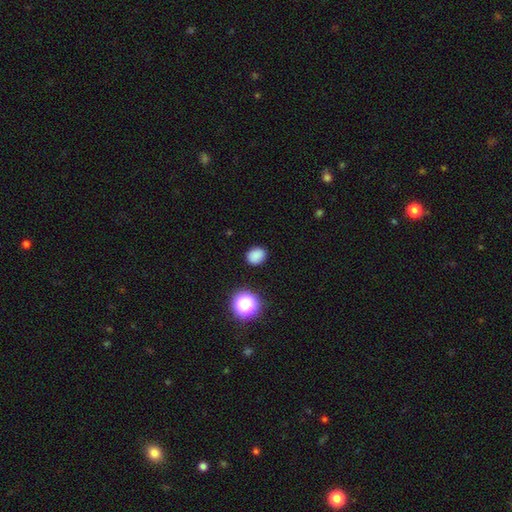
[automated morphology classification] A smooth galaxy with no disk features (82%) that is round (57%).

Vote fractions:
- Smooth or featured? smooth: 82% / star or artifact: 13% / featured or disk: 4%
- How rounded? round: 57% / in between: 42% / cigar-shaped: 1%
- Merging? none: 86% / minor disturbance: 10% / major disturbance: 3% / merger: 1%